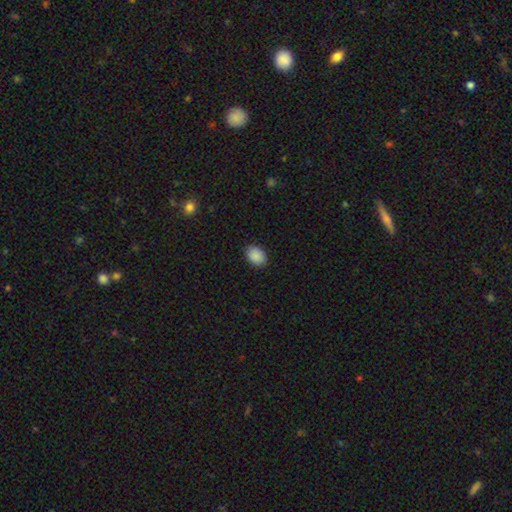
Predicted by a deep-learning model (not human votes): Overall: smooth (89%). How rounded: in between (74%). Merging: none (86%).